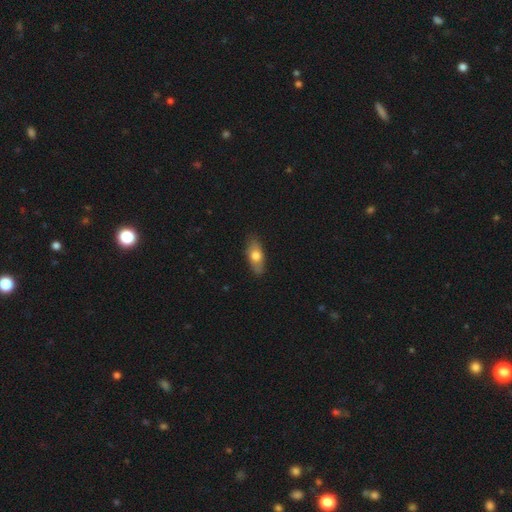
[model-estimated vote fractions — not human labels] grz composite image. It shows a smooth galaxy with no disk features (70%) that is in between round and cigar-shaped (81%). Merging: none (83%).